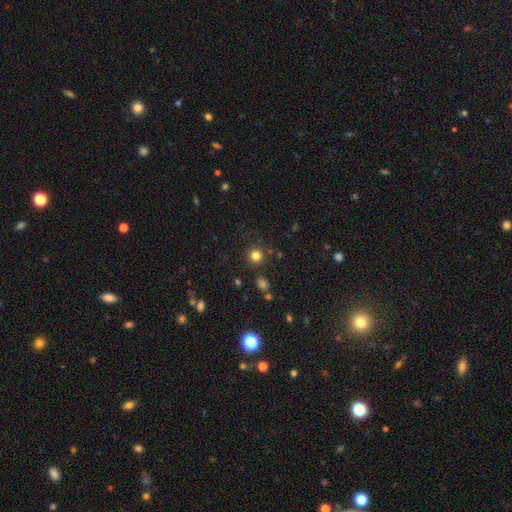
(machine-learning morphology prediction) A smooth galaxy with no disk features (80%) that is round (93%). Merging: none (87%).